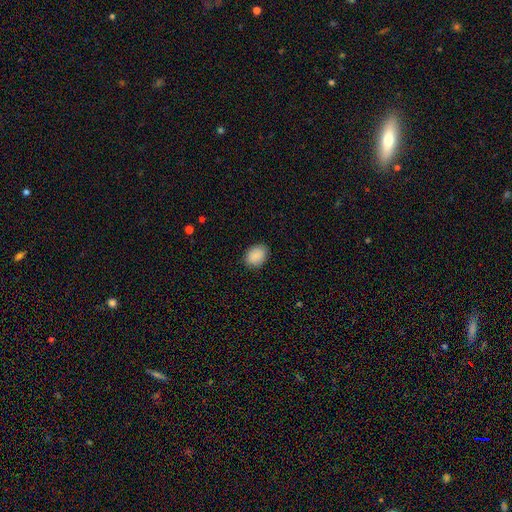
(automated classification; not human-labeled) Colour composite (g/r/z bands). It shows a smooth galaxy with no disk features (90%) that is in between round and cigar-shaped (72%). Merging: none (86%).